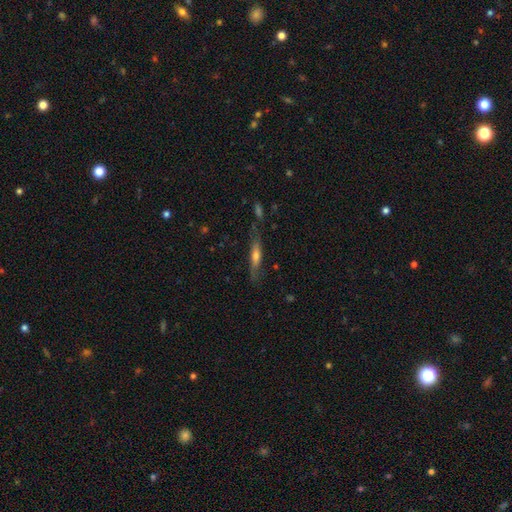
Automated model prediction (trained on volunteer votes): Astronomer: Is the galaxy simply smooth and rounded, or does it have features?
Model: featured or disk — 48% (runner-up: smooth, 44%).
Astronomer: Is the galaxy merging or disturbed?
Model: none — 70%.